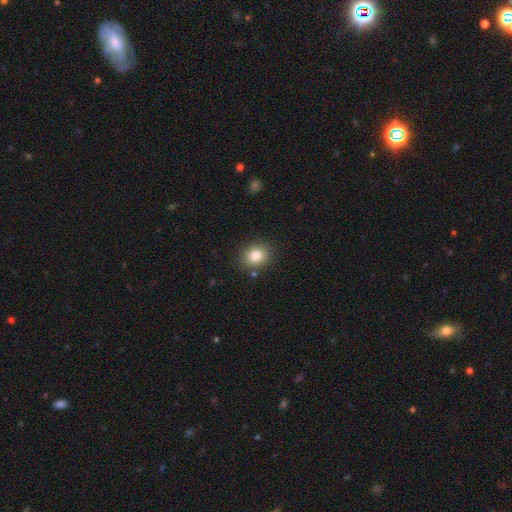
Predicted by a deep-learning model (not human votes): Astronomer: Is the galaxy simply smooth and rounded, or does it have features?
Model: smooth — 83%.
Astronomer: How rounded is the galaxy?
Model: round — 56% (runner-up: in between, 43%).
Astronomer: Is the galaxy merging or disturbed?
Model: none — 85%.